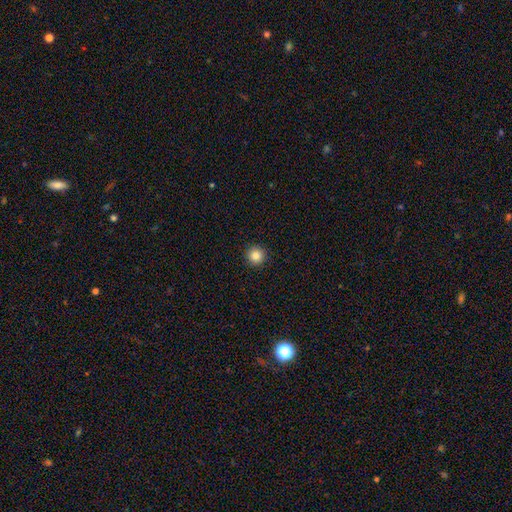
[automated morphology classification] Smooth or featured? smooth (84%)
How rounded? round (96%)
Merging? none (93%)